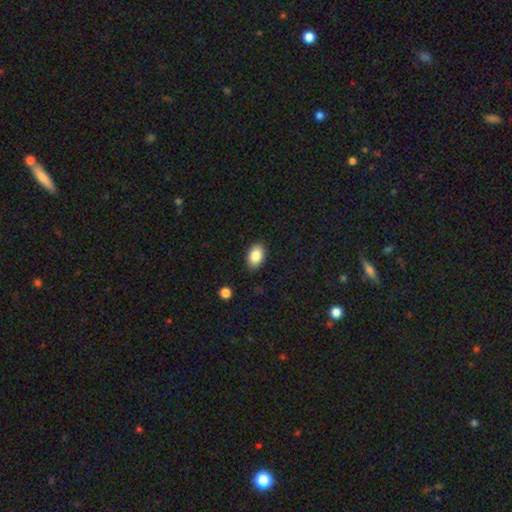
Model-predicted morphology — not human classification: The model was most divided on "how rounded": in between: 87%, round: 12%, cigar-shaped: 1%. More confident: merging — none (87%); smooth or featured — smooth (86%).